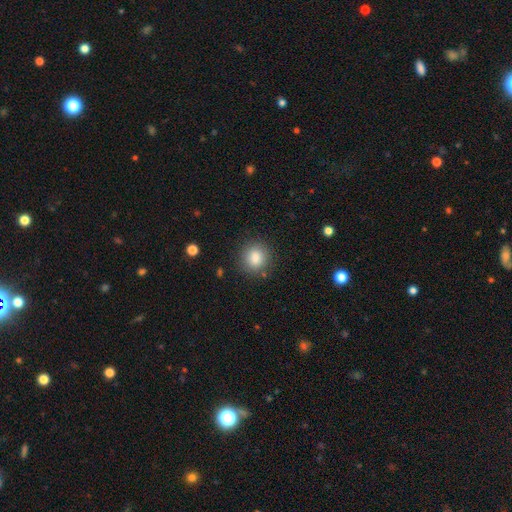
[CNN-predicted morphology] Smooth or featured? Predicted: smooth (p=0.85). How rounded? Predicted: round (p=0.83). Merging? Predicted: none (p=0.87).